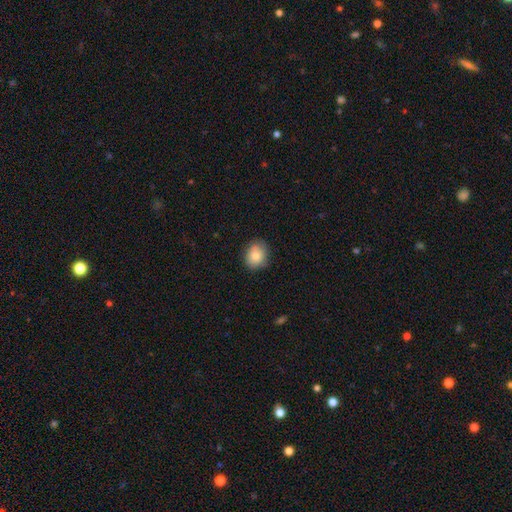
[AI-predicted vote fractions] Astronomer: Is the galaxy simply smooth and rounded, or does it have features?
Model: smooth — 83%.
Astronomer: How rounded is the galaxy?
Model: round — 62%.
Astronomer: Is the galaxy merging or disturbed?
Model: none — 80%.